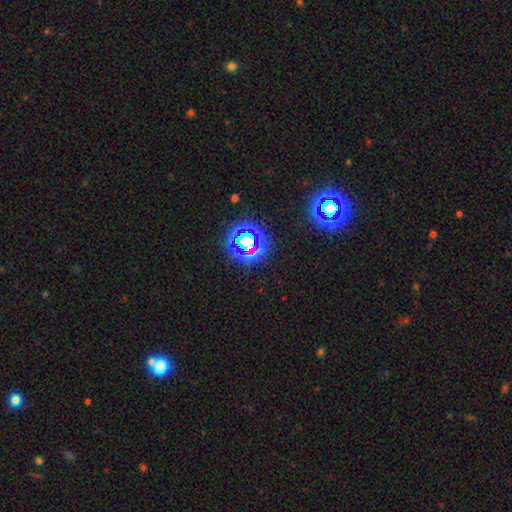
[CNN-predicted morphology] smooth_or_featured: star or artifact (p=0.64) [alt: smooth p=0.28]